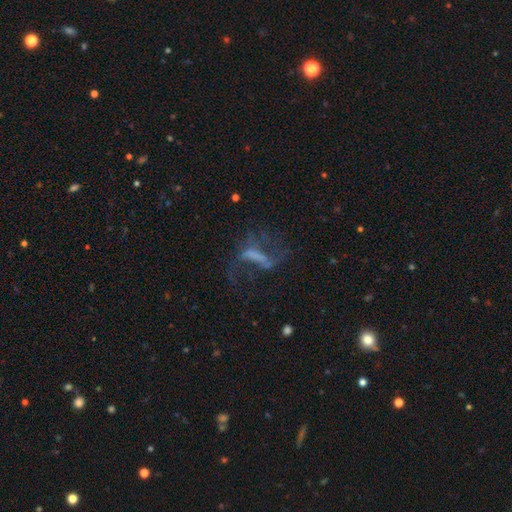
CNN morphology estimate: Q: Smooth or featured?
A: featured or disk (61%); runner-up: smooth (21%)
Q: Edge-on disk?
A: no (90%); runner-up: yes (10%)
Q: Bar?
A: strong (44%); runner-up: weak (28%)
Q: Spiral arms?
A: yes (56%); runner-up: no (44%)
Q: Bulge size?
A: none (62%); runner-up: small (16%)
Q: Merging?
A: major disturbance (42%); runner-up: none (39%)